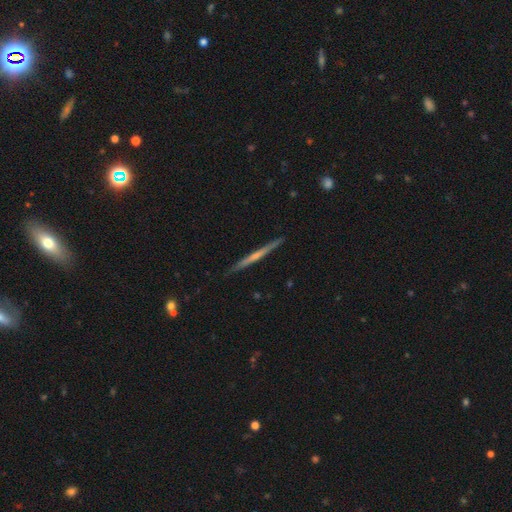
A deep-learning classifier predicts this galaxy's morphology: Smooth or featured? Predicted: featured or disk (p=0.67). Edge-on disk? Predicted: yes (p=0.97). Edge-on bulge? Predicted: rounded (p=0.53). Merging? Predicted: none (p=0.89).